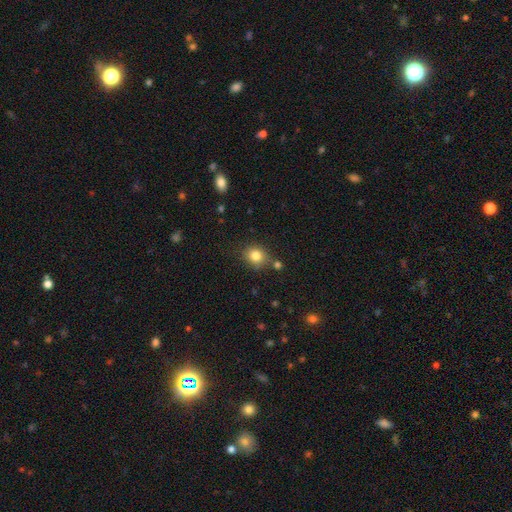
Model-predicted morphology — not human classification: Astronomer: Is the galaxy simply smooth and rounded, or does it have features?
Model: smooth — 82%.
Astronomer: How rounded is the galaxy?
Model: round — 76%.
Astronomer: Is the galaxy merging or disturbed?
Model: none — 76%.